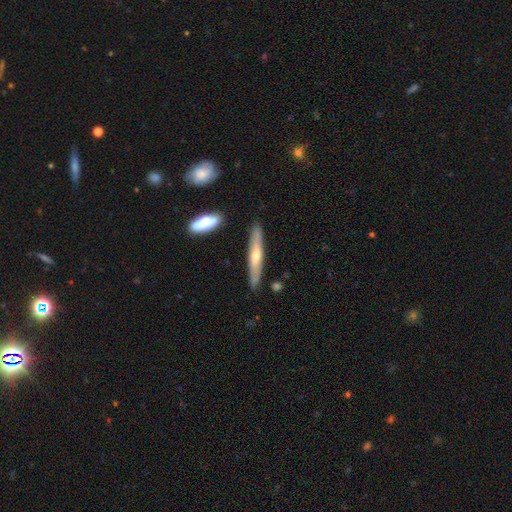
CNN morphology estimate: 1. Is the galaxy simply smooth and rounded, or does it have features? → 55% featured or disk, 38% smooth, 6% star or artifact.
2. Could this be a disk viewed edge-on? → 89% yes, 11% no.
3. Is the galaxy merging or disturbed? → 86% none, 10% minor disturbance, 2% merger, 2% major disturbance.